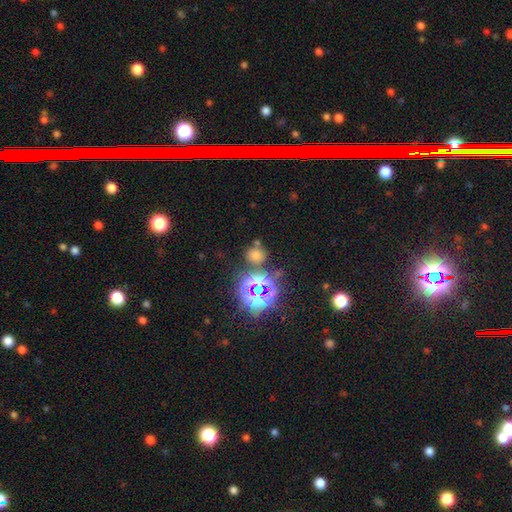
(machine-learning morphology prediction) type=smooth (51%); roundness=round (74%); merging=none (76%).